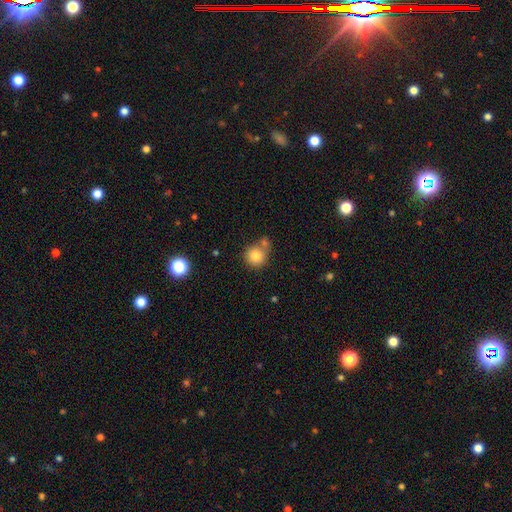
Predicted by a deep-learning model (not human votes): smooth_or_featured: smooth (p=0.81) [alt: star or artifact p=0.11]
how_rounded: round (p=0.89) [alt: in between p=0.10]
merging: none (p=0.54) [alt: merger p=0.30]